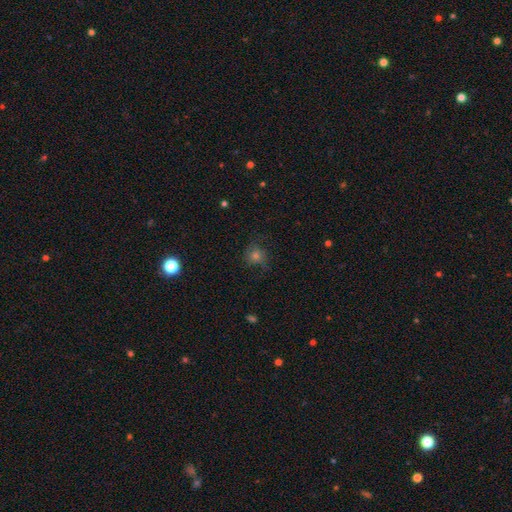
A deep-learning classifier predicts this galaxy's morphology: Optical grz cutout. It shows a smooth galaxy with no disk features (54%) that is round (85%). Merging: none (67%).